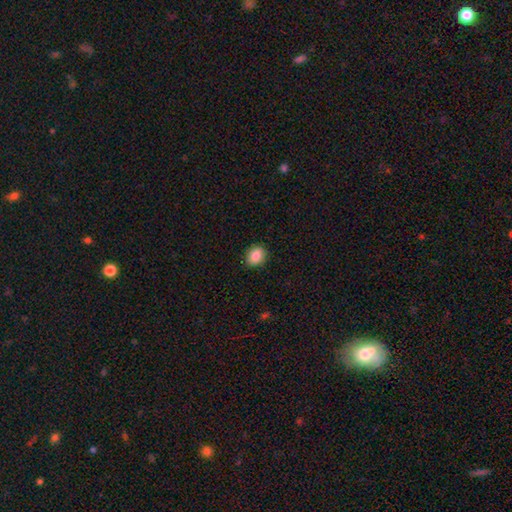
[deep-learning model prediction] smooth_or_featured: smooth (p=0.88) [alt: star or artifact p=0.08]
how_rounded: in between (p=0.56) [alt: round p=0.43]
merging: none (p=0.89) [alt: minor disturbance p=0.08]